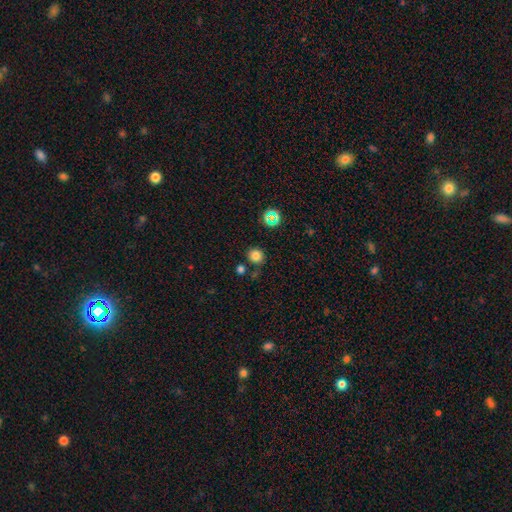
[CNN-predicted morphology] Overall: smooth (78%). How rounded: round (90%). Merging: none (79%).